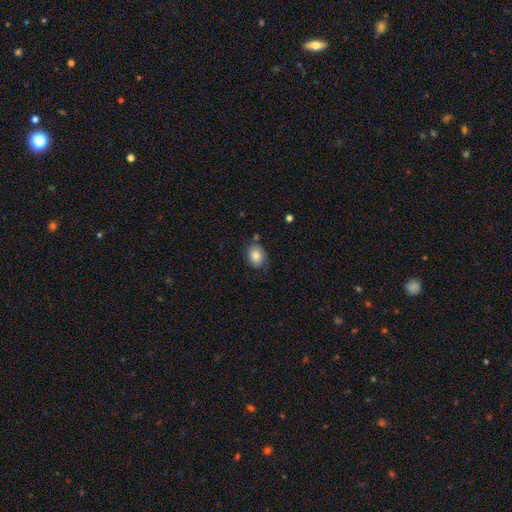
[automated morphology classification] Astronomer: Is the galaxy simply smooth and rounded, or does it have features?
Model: smooth — 81%.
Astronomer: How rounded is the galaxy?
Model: in between — 55% (runner-up: round, 44%).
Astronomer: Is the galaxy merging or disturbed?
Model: none — 74%.